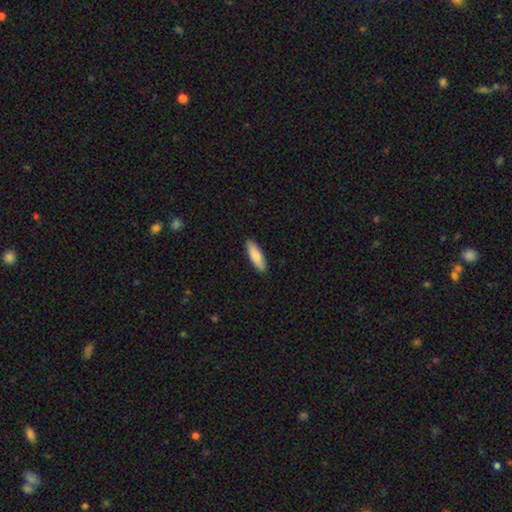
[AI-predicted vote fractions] Smooth or featured? Predicted: smooth (p=0.85). How rounded? Predicted: cigar-shaped (p=0.49, tied with in between). Merging? Predicted: none (p=0.89).